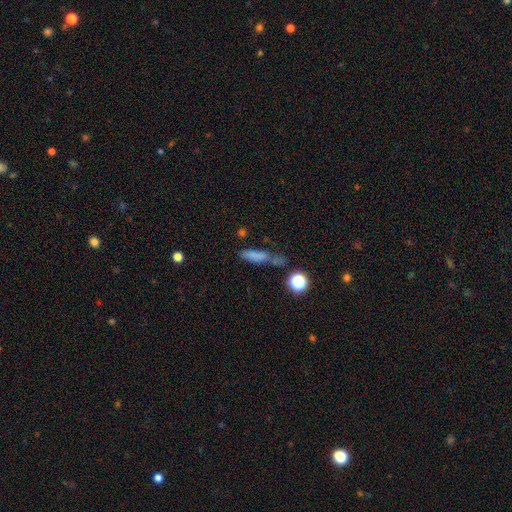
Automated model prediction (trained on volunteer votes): Smooth or featured?
  - smooth: 70% *
  - star or artifact: 17%
  - featured or disk: 13%
How rounded?
  - cigar-shaped: 67% *
  - in between: 26%
  - round: 7%
Merging?
  - none: 54% *
  - minor disturbance: 21%
  - merger: 14%
  - major disturbance: 11%